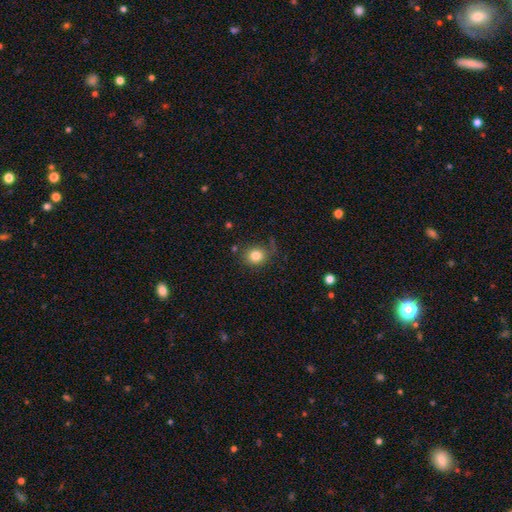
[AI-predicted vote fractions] Smooth or featured? Predicted: smooth (p=0.81). How rounded? Predicted: round (p=0.78). Merging? Predicted: none (p=0.70).